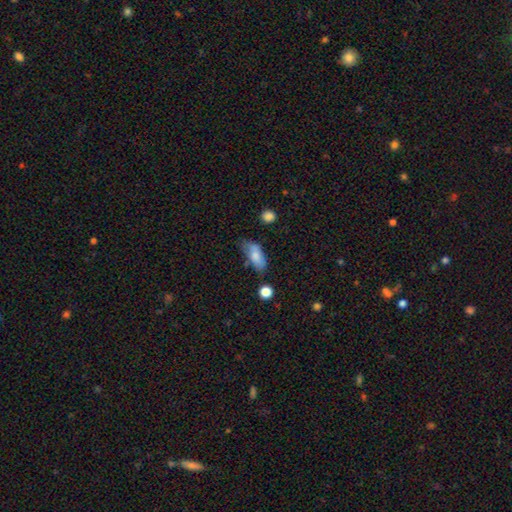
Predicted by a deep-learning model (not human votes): Q: Smooth or featured?
A: smooth (79%); runner-up: featured or disk (14%)
Q: How rounded?
A: in between (82%); runner-up: cigar-shaped (14%)
Q: Merging?
A: none (53%); runner-up: minor disturbance (32%)